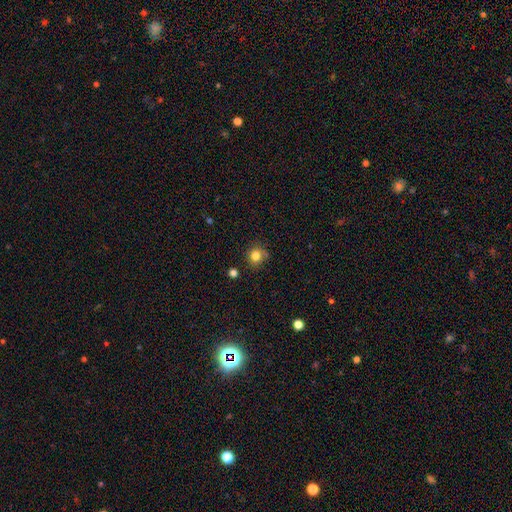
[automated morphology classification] Smooth or featured?
  - smooth: 81% *
  - star or artifact: 13%
  - featured or disk: 6%
How rounded?
  - round: 87% *
  - in between: 12%
  - cigar-shaped: 1%
Merging?
  - none: 77% *
  - minor disturbance: 14%
  - merger: 6%
  - major disturbance: 4%